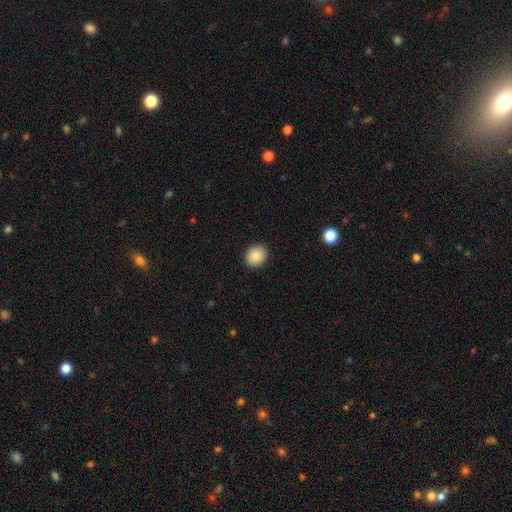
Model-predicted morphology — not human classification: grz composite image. It shows a smooth galaxy with no disk features (87%) that is round (64%). Merging: none (90%).